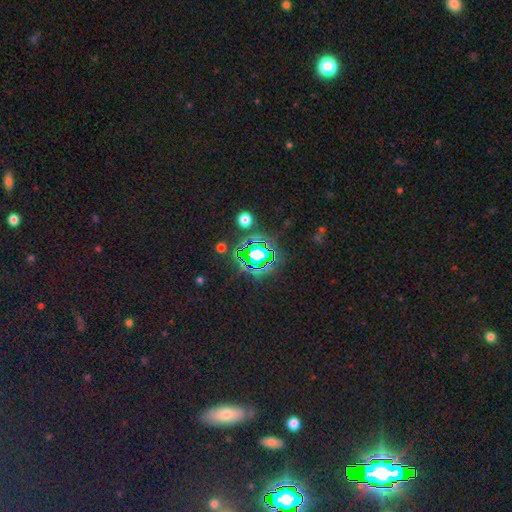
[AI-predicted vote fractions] Smooth or featured? star or artifact (72%)